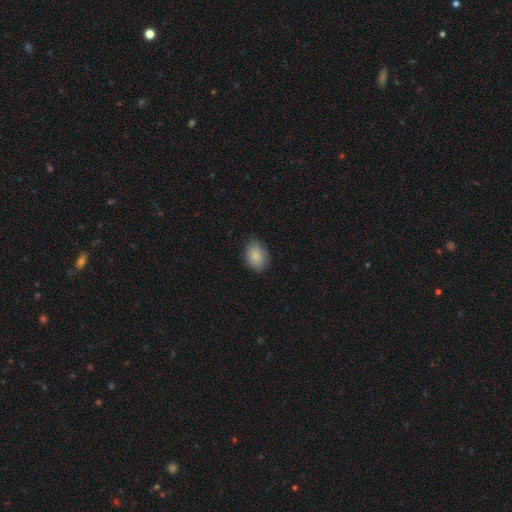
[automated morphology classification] This is clearly a smooth galaxy (86%). How rounded: likely in between (76%). Merging: clearly none (82%).